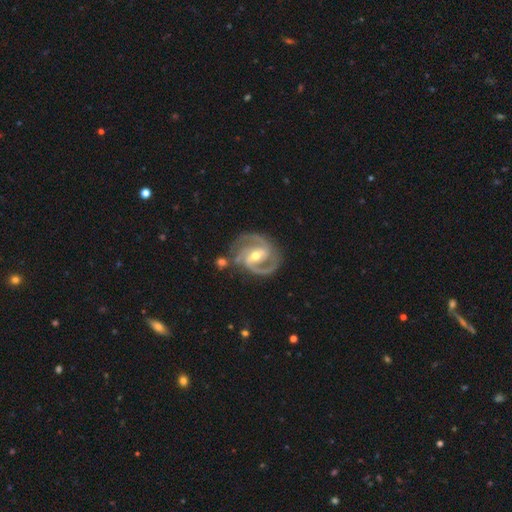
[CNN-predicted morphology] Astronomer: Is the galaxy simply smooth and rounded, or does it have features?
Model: featured or disk — 93%.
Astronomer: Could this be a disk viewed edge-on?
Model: no — 98%.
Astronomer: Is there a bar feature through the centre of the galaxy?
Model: strong — 42% (runner-up: weak, 41%).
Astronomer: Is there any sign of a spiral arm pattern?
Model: yes — 98%.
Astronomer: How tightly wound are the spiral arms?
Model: medium — 58% (runner-up: tight, 34%).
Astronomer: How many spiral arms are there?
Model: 2 — 75%.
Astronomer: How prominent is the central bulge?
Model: moderate — 62%.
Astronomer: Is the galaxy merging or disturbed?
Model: none — 73%.